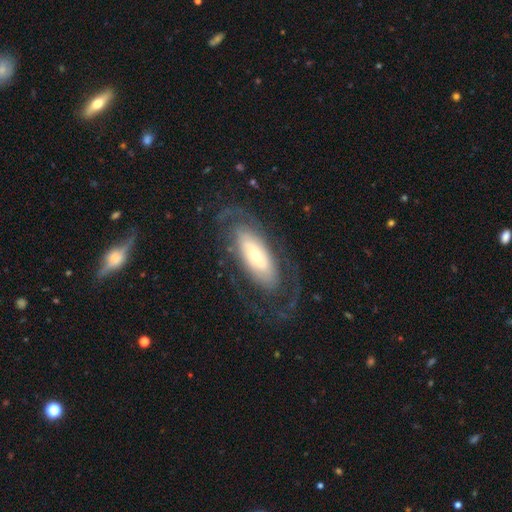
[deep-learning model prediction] Smooth or featured? Predicted: featured or disk (p=0.76). Edge-on disk? Predicted: no (p=0.88). Bar? Predicted: no (p=0.67). Spiral arms? Predicted: yes (p=0.86). Spiral winding? Predicted: tight (p=0.53). Spiral arm count? Predicted: can't tell (p=0.42). Bulge size? Predicted: small (p=0.57). Merging? Predicted: none (p=0.67).